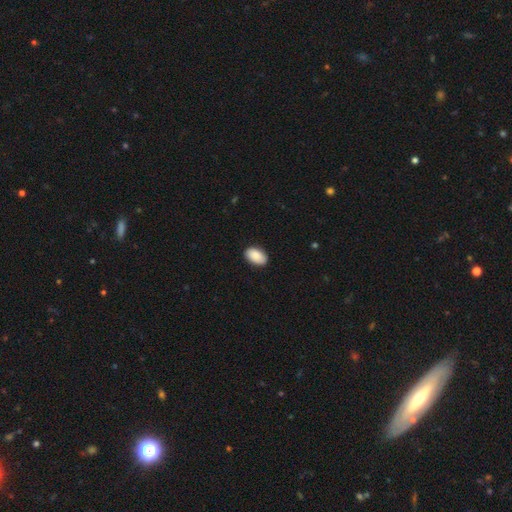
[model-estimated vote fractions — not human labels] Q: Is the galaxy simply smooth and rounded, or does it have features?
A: smooth — 89%.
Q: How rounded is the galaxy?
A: in between — 94%.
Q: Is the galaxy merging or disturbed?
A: none — 89%.